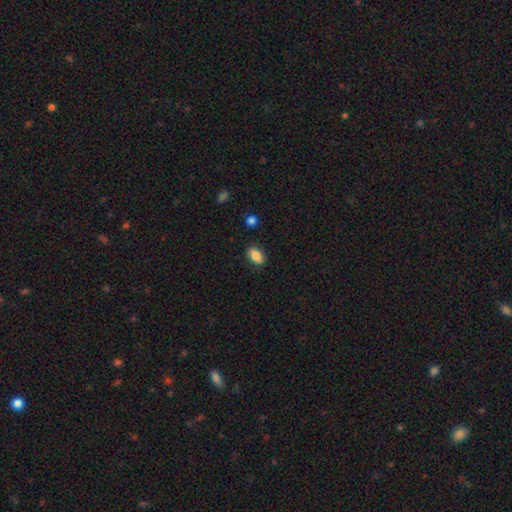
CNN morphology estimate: A smooth galaxy with no disk features (84%) that is in between round and cigar-shaped (88%).

Vote fractions:
- Smooth or featured? smooth: 84% / star or artifact: 8% / featured or disk: 8%
- How rounded? in between: 88% / round: 9% / cigar-shaped: 3%
- Merging? none: 85% / minor disturbance: 11% / major disturbance: 2% / merger: 2%